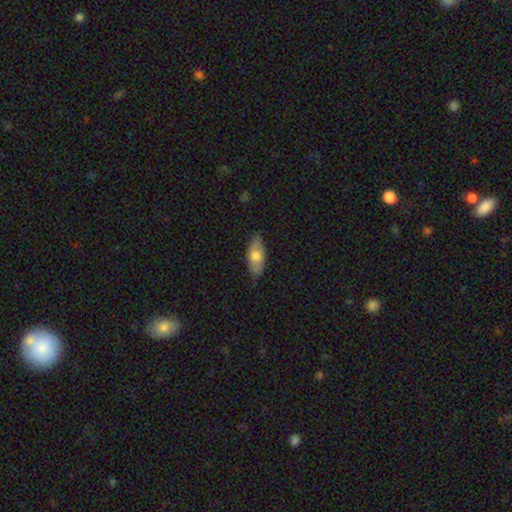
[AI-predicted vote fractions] A smooth galaxy with no disk features (63%) that is in between round and cigar-shaped (87%). Merging: none (75%).